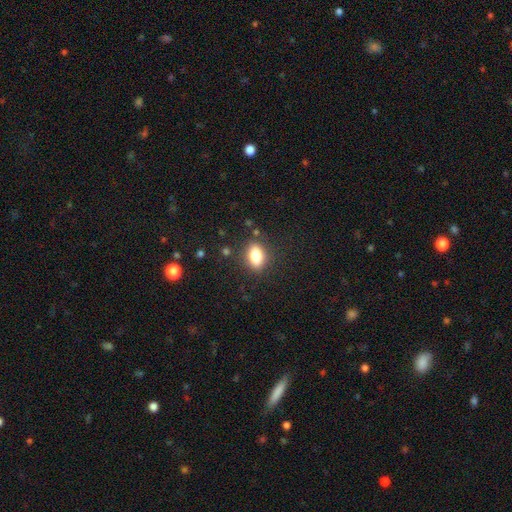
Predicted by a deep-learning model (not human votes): Smooth or featured? Predicted: smooth (p=0.80). How rounded? Predicted: in between (p=0.83). Merging? Predicted: none (p=0.84).